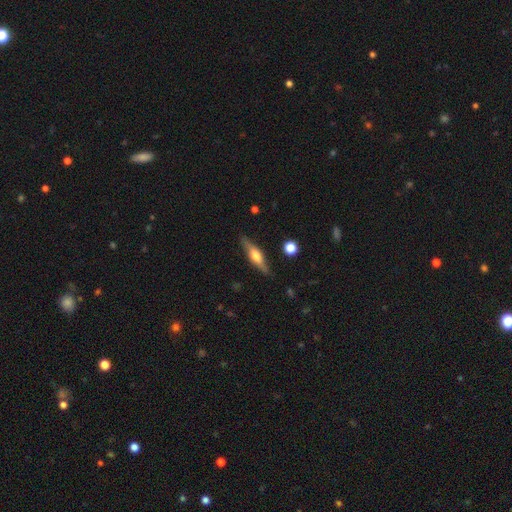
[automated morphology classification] featured or disk 60%, smooth 34%, star or artifact 6%. Down the decision tree: edge-on disk — yes (94%); edge-on bulge — rounded (86%); merging — none (86%).